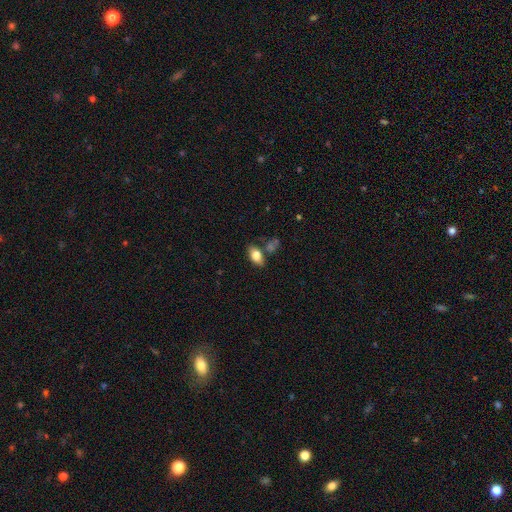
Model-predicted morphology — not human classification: Smooth or featured: smooth — 78% (featured or disk — 14%)
How rounded: in between — 87% (round — 9%)
Merging: none — 64% (minor disturbance — 18%)